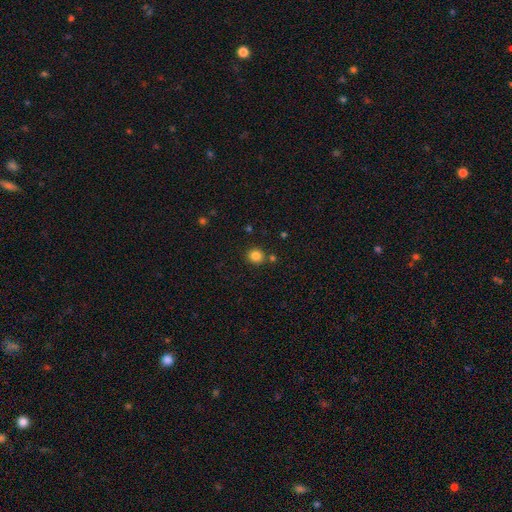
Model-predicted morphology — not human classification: Smooth or featured?
  - smooth: 83% *
  - star or artifact: 12%
  - featured or disk: 5%
How rounded?
  - round: 86% *
  - in between: 14%
  - cigar-shaped: 1%
Merging?
  - none: 82% *
  - merger: 8%
  - minor disturbance: 8%
  - major disturbance: 2%